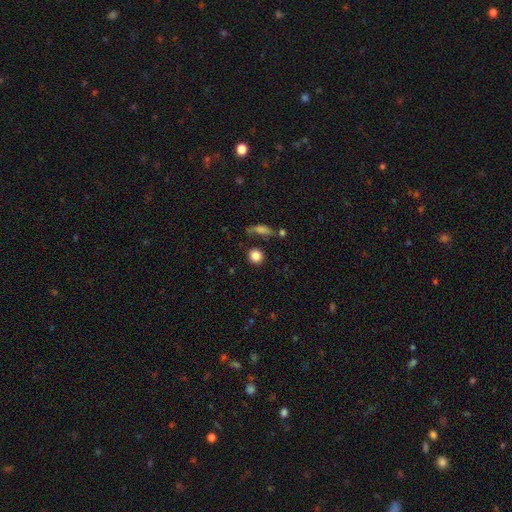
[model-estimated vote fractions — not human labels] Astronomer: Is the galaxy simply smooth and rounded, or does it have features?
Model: smooth — 84%.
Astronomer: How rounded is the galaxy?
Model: round — 87%.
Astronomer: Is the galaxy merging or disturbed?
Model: none — 80%.